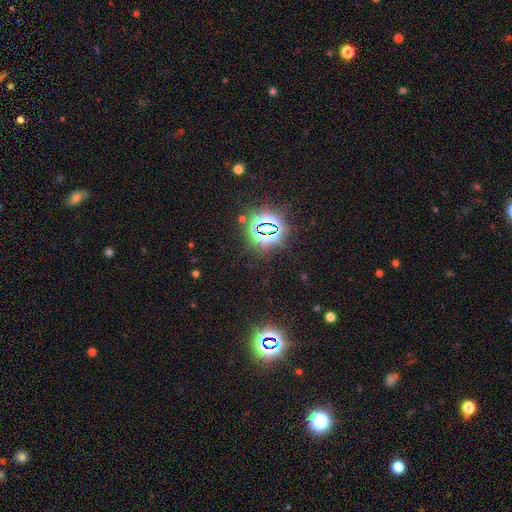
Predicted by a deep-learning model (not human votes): smooth-or-featured: star or artifact: 81% | smooth: 11% | featured or disk: 8%